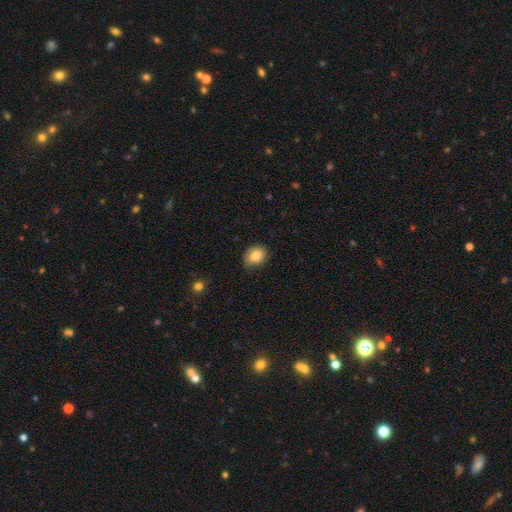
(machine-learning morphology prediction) Smooth or featured? smooth (84%)
How rounded? round (53%)
Merging? none (78%)